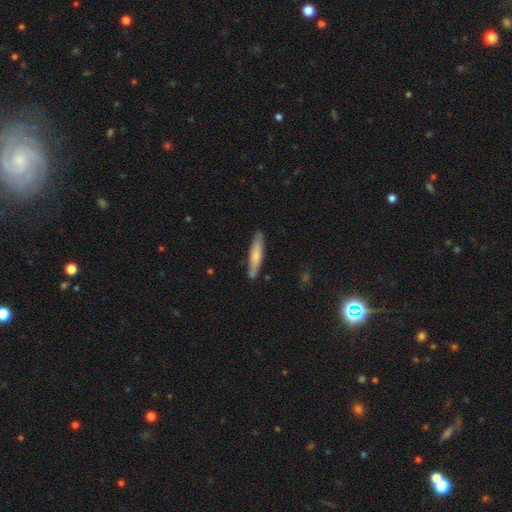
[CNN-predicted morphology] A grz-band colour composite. It shows a smooth galaxy with no disk features (71%) that is cigar-shaped (84%). Merging: none (85%).